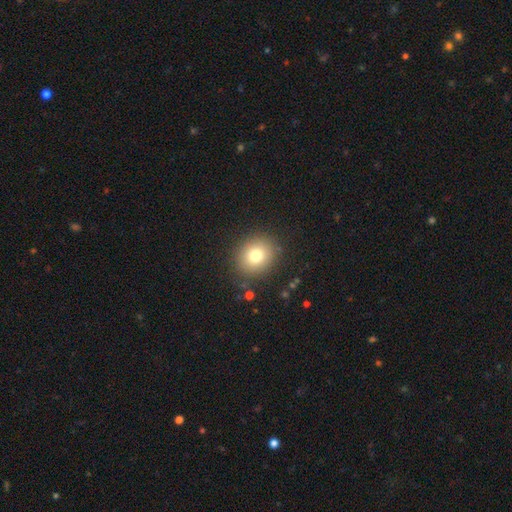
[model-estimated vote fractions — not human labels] A smooth galaxy with no disk features (78%) that is round (70%). Merging: none (85%).